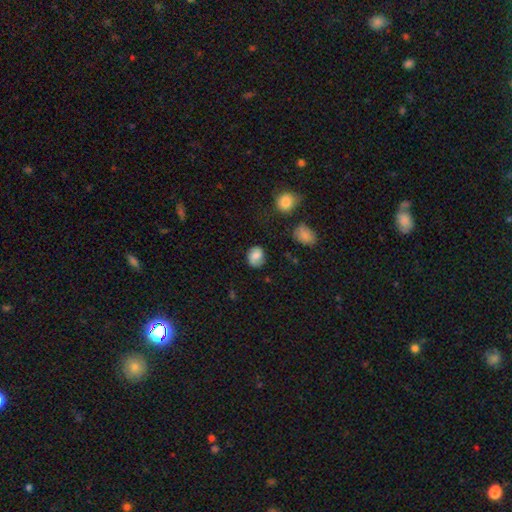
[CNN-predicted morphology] Smooth or featured? Predicted: smooth (p=0.70). How rounded? Predicted: round (p=0.56). Merging? Predicted: none (p=0.72).